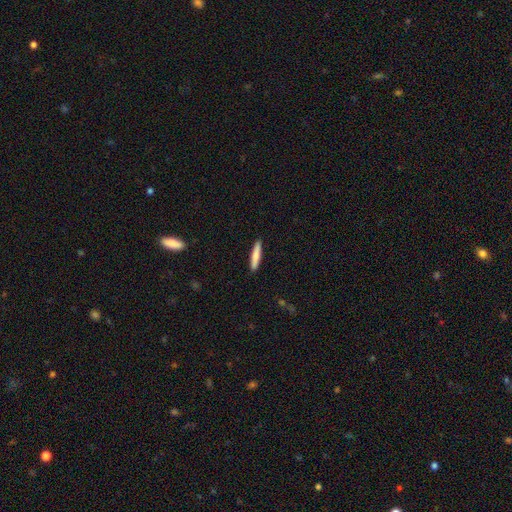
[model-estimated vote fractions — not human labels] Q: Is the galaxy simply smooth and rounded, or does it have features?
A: smooth — 75%.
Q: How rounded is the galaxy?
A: cigar-shaped — 91%.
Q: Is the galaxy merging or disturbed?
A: none — 91%.